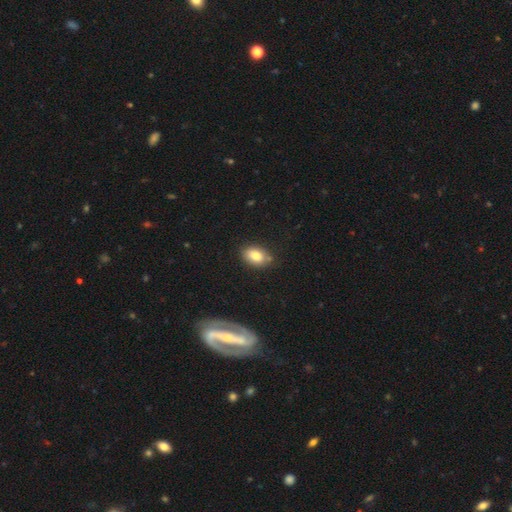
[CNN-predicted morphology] smooth_or_featured: smooth (p=0.82) [alt: featured or disk p=0.09]
how_rounded: in between (p=0.84) [alt: round p=0.14]
merging: none (p=0.78) [alt: minor disturbance p=0.15]